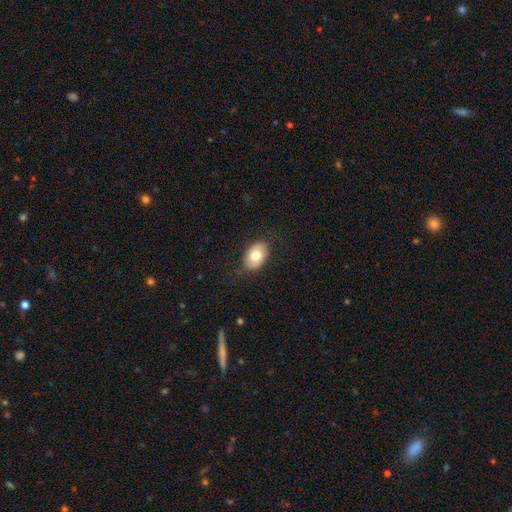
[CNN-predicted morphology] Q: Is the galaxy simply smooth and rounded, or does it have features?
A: smooth — 74%.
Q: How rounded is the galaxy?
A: in between — 86%.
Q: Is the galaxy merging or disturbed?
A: none — 81%.